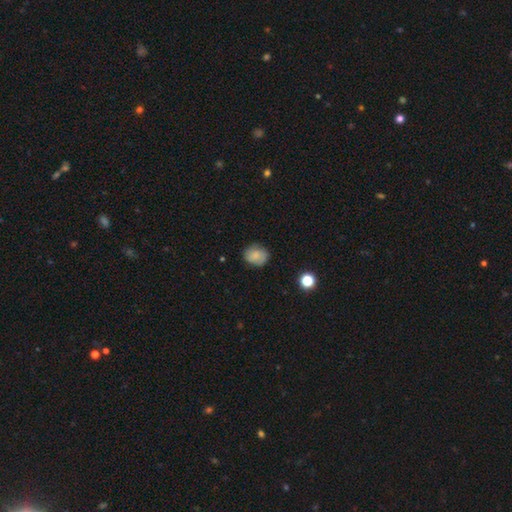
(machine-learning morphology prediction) The model was most divided on "how rounded": round: 58%, in between: 41%, cigar-shaped: 1%. More confident: merging — none (77%); smooth or featured — smooth (76%).